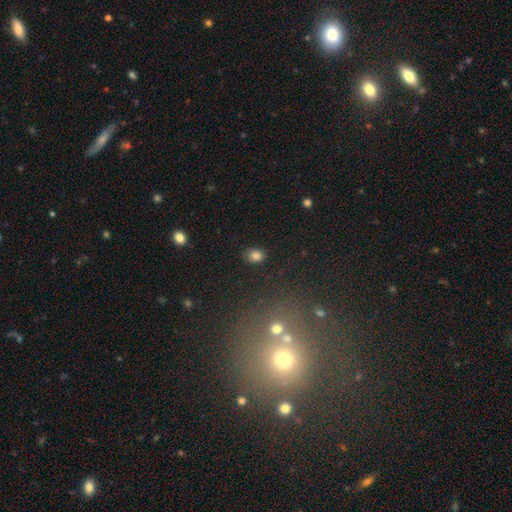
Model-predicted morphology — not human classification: Smooth or featured? smooth (83%)
How rounded? in between (59%)
Merging? none (86%)